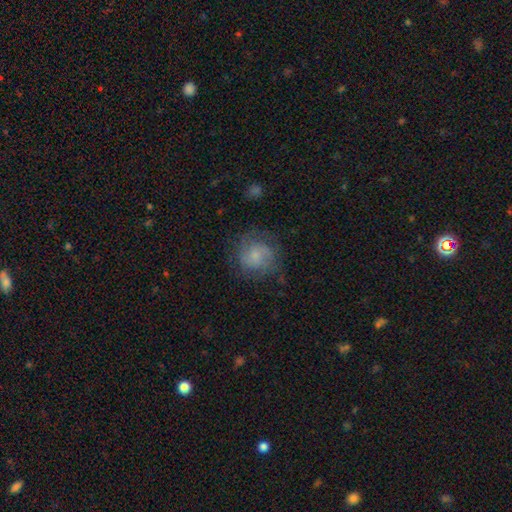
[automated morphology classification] The model was most divided on "smooth or featured": smooth: 48%, featured or disk: 43%, star or artifact: 9%. More confident: merging — none (68%).